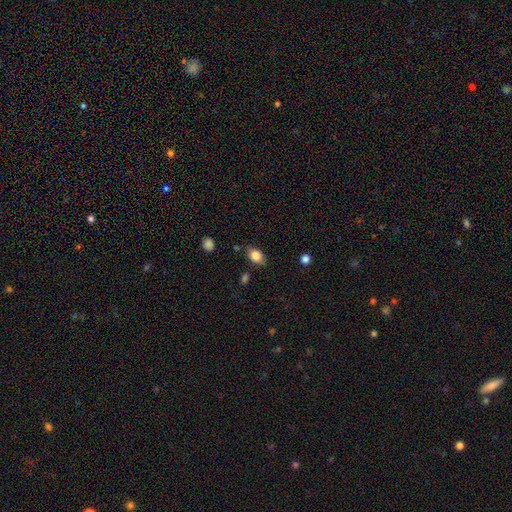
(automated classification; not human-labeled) A smooth galaxy with no disk features (82%) that is in between round and cigar-shaped (83%).

Vote fractions:
- Smooth or featured? smooth: 82% / featured or disk: 10% / star or artifact: 8%
- How rounded? in between: 83% / round: 15% / cigar-shaped: 2%
- Merging? none: 77% / minor disturbance: 16% / major disturbance: 4% / merger: 3%